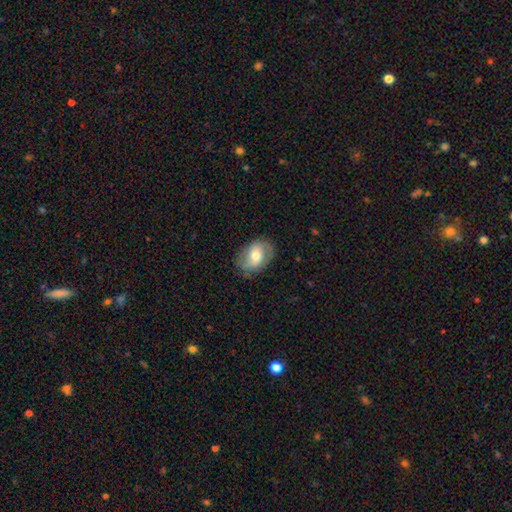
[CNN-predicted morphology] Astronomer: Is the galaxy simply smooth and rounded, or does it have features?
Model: smooth — 50% (runner-up: featured or disk, 43%).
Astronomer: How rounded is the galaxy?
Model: in between — 71%.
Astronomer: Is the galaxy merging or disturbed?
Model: none — 77%.